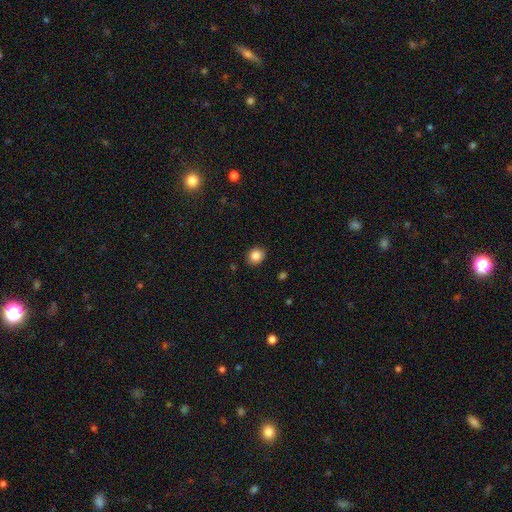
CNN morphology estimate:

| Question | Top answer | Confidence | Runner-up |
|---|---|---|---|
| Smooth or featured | smooth | 86% | star or artifact (10%) |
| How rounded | round | 77% | in between (22%) |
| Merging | none | 89% | minor disturbance (8%) |